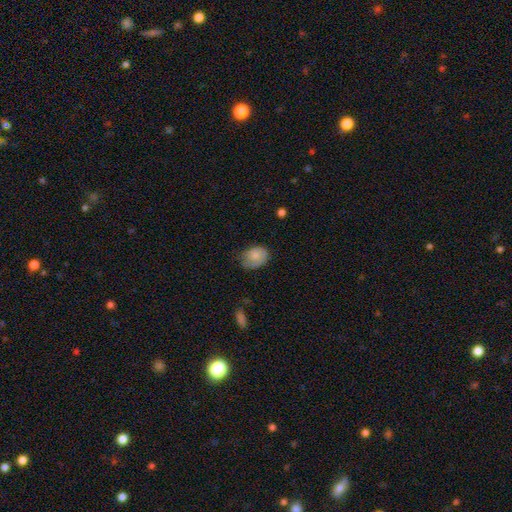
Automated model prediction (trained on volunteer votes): Smooth or featured?
  - smooth: 75% *
  - featured or disk: 18%
  - star or artifact: 7%
How rounded?
  - in between: 66% *
  - round: 33%
  - cigar-shaped: 1%
Merging?
  - none: 55% *
  - minor disturbance: 33%
  - major disturbance: 10%
  - merger: 1%